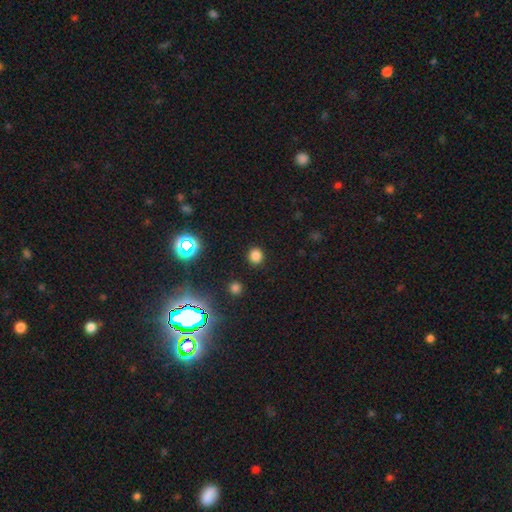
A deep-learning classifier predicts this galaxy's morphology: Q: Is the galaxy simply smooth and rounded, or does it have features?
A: smooth — 78%.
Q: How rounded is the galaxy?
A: round — 83%.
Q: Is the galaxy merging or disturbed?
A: none — 89%.